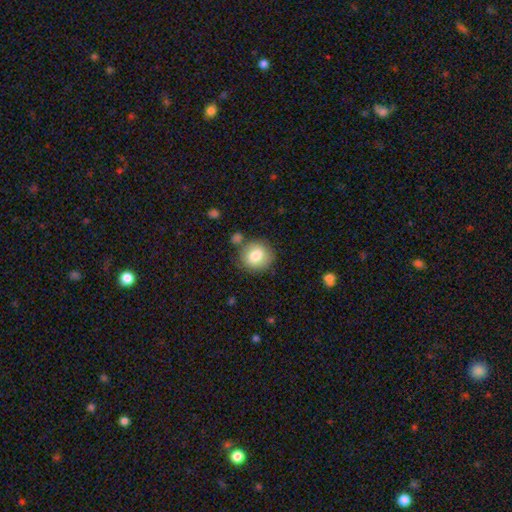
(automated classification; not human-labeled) Smooth or featured? smooth (81%)
How rounded? round (87%)
Merging? none (77%)